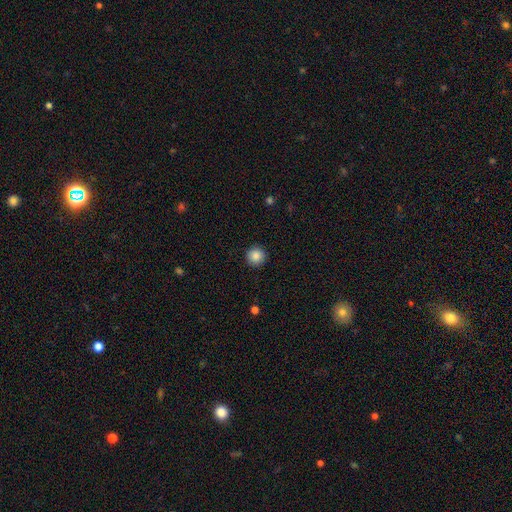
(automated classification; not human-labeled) This appears to be a smooth galaxy with no disk features (87%) that is round (95%). Merging: none (92%).